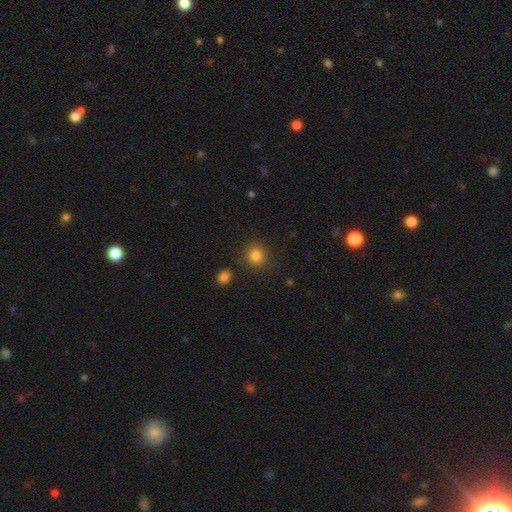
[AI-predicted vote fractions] This is clearly a smooth galaxy (83%). How rounded: clearly round (81%). Merging: clearly none (85%).